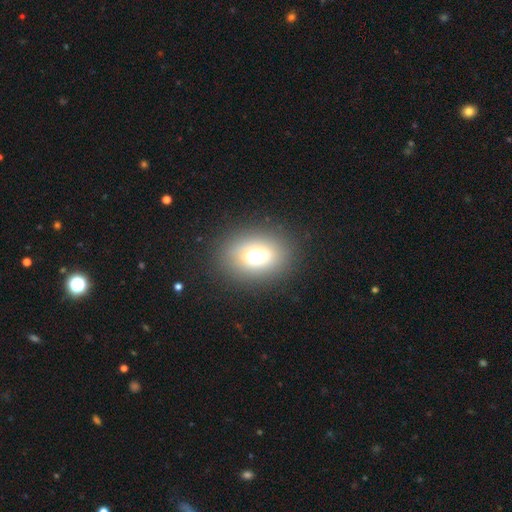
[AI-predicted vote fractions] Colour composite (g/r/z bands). It shows a smooth galaxy with no disk features (69%) that is in between round and cigar-shaped (63%). Merging: none (85%).